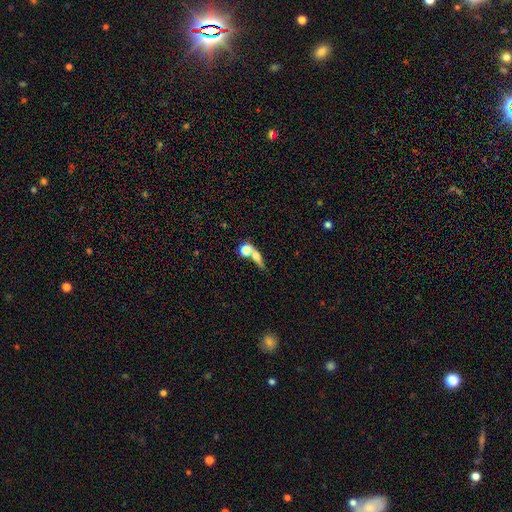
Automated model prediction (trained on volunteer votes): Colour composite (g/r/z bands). It shows a smooth galaxy with no disk features (60%) that is round (35%). Merging: merger (42%).